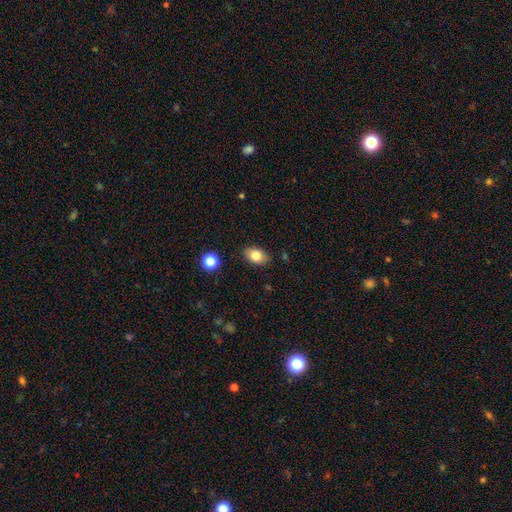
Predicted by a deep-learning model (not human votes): Smooth or featured? Predicted: smooth (p=0.82). How rounded? Predicted: in between (p=0.82). Merging? Predicted: none (p=0.86).